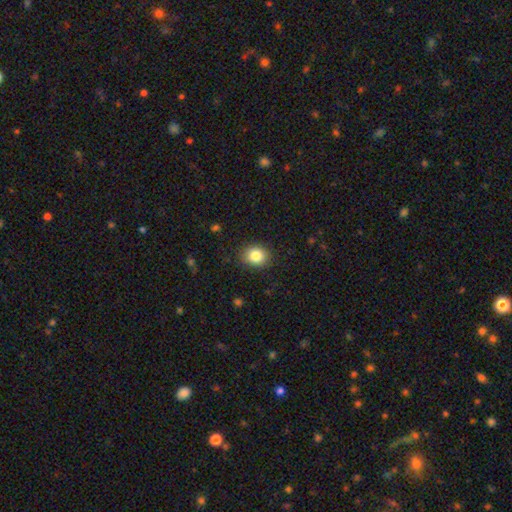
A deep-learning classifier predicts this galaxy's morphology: smooth_or_featured: smooth (p=0.84) [alt: star or artifact p=0.10]
how_rounded: round (p=0.58) [alt: in between p=0.41]
merging: none (p=0.87) [alt: minor disturbance p=0.09]